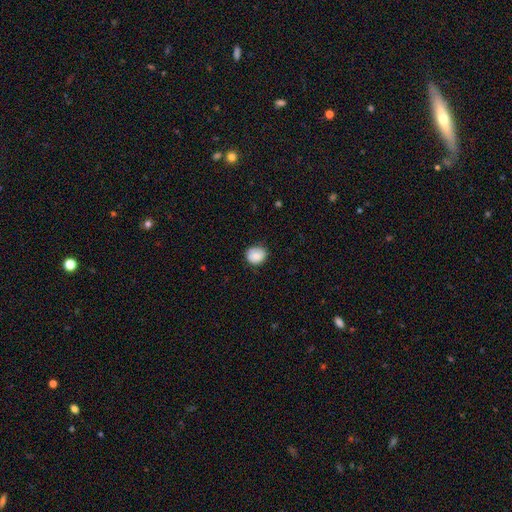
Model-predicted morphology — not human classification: Overall: smooth (82%). How rounded: round (74%). Merging: none (78%).